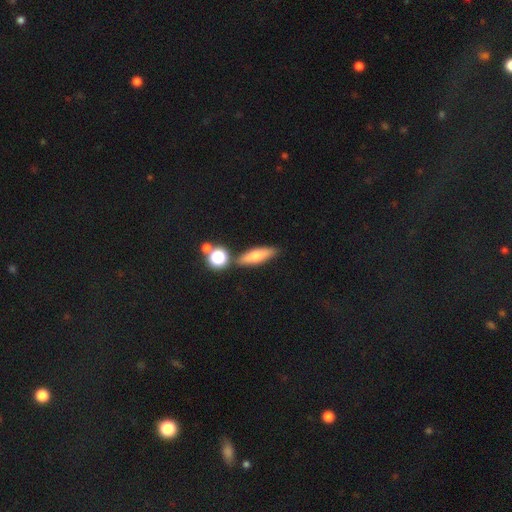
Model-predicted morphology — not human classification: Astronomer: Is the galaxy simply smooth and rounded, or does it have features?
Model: smooth — 65%.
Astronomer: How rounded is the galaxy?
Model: cigar-shaped — 55% (runner-up: in between, 40%).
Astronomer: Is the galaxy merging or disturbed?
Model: none — 78%.